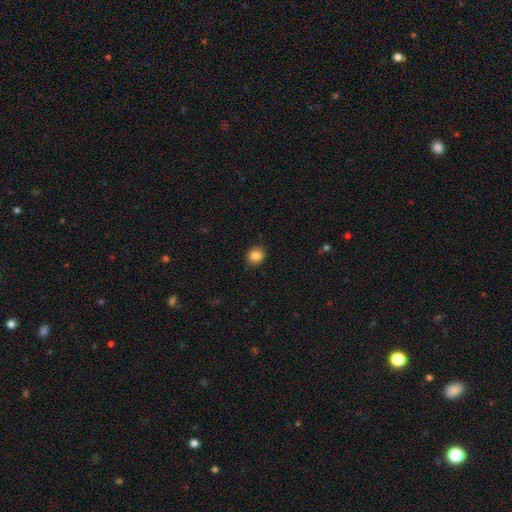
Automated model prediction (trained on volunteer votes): Smooth or featured?
  - smooth: 86% *
  - star or artifact: 10%
  - featured or disk: 5%
How rounded?
  - round: 76% *
  - in between: 23%
  - cigar-shaped: 1%
Merging?
  - none: 90% *
  - minor disturbance: 7%
  - major disturbance: 2%
  - merger: 1%